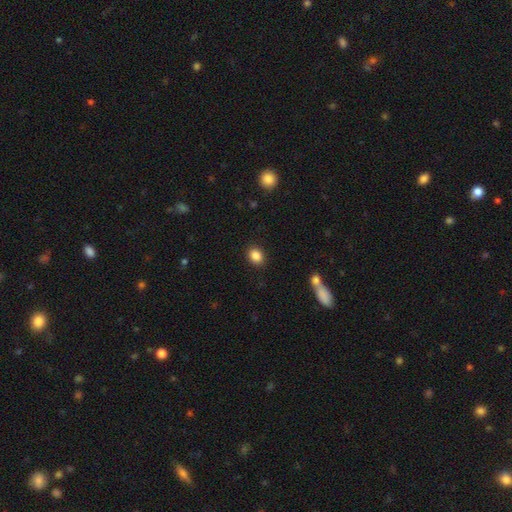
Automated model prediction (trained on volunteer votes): A smooth galaxy with no disk features (87%) that is in between round and cigar-shaped (53%).

Vote fractions:
- Smooth or featured? smooth: 87% / star or artifact: 9% / featured or disk: 4%
- How rounded? in between: 53% / round: 46% / cigar-shaped: 1%
- Merging? none: 88% / minor disturbance: 8% / major disturbance: 2% / merger: 2%